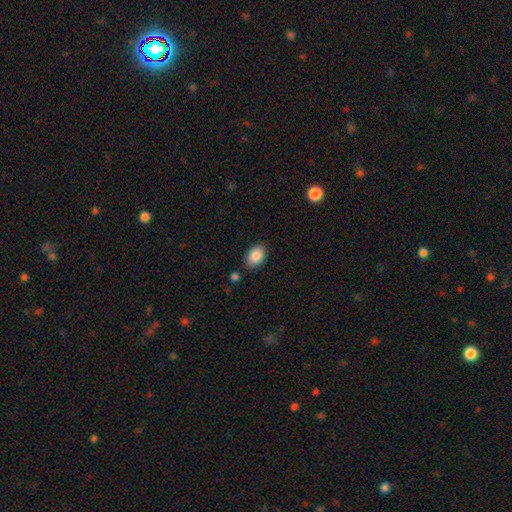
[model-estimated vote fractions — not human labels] smooth-or-featured: smooth: 87% | star or artifact: 7% | featured or disk: 6%
  how-rounded: in between: 87% | round: 12% | cigar-shaped: 1%
  merging: none: 82% | minor disturbance: 12% | merger: 3% | major disturbance: 3%